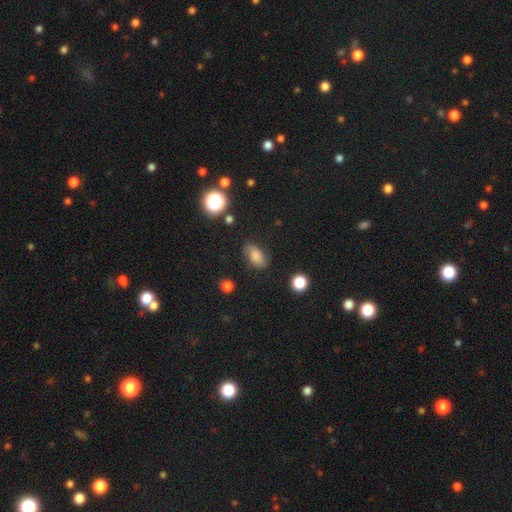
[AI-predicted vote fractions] Smooth or featured?
  - smooth: 63% *
  - featured or disk: 20%
  - star or artifact: 17%
How rounded?
  - in between: 85% *
  - round: 12%
  - cigar-shaped: 3%
Merging?
  - none: 77% *
  - minor disturbance: 17%
  - major disturbance: 5%
  - merger: 2%